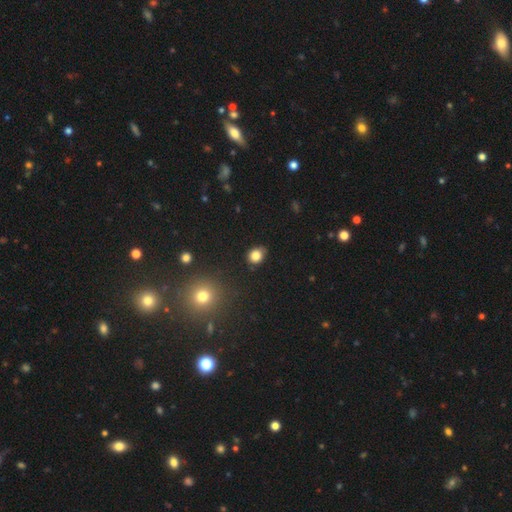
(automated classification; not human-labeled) Smooth or featured?
  - smooth: 82% *
  - star or artifact: 12%
  - featured or disk: 6%
How rounded?
  - round: 57% *
  - in between: 42%
  - cigar-shaped: 1%
Merging?
  - none: 77% *
  - minor disturbance: 18%
  - major disturbance: 3%
  - merger: 2%